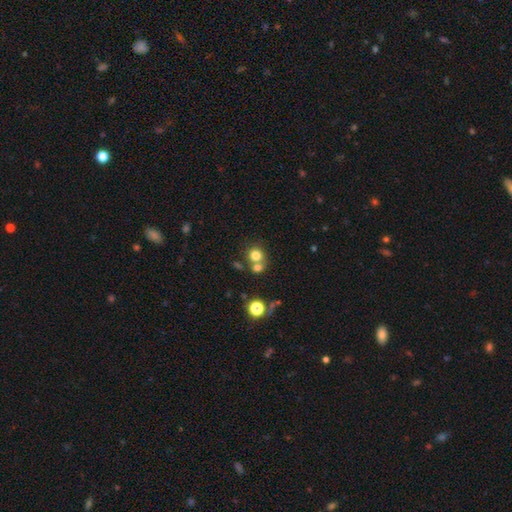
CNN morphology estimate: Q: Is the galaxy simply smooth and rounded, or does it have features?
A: smooth — 76%.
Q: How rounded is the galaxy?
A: round — 84%.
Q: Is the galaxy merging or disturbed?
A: none — 51%.